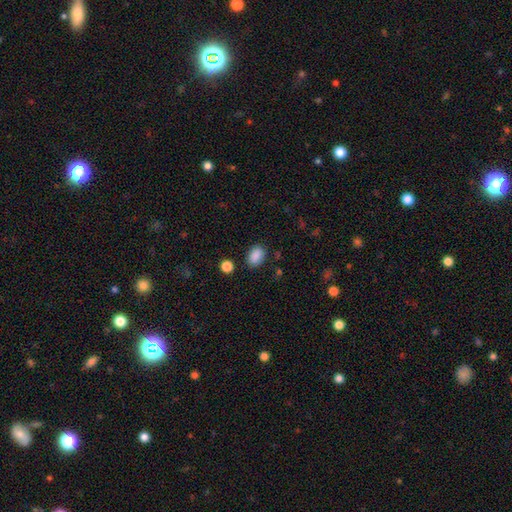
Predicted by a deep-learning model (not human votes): This is clearly a smooth galaxy (89%). How rounded: clearly in between (85%). Merging: clearly none (83%).